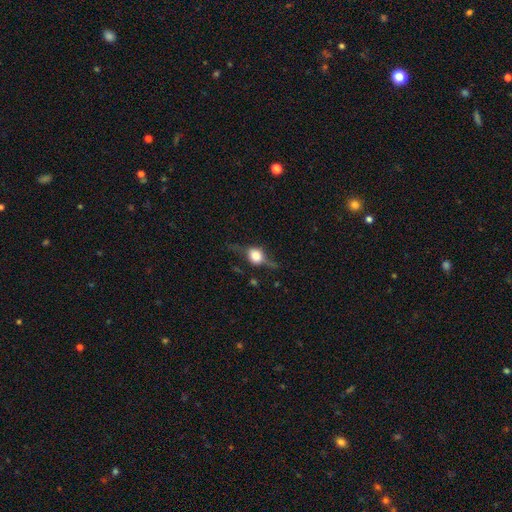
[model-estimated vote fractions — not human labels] This appears to be a featured or disk galaxy (50%) viewed edge-on (88%). Merging: none (63%).